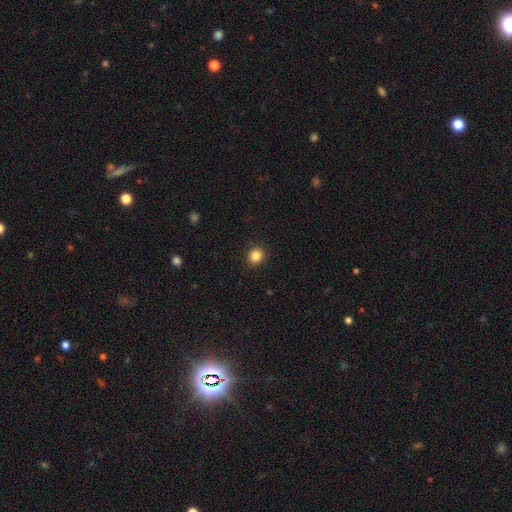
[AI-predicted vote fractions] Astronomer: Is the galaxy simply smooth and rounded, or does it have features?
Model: smooth — 85%.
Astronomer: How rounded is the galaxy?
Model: round — 83%.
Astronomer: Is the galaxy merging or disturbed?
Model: none — 91%.